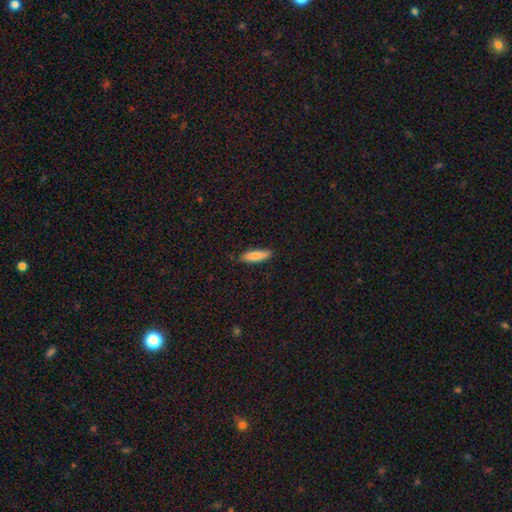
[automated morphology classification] A smooth galaxy with no disk features (79%) that is cigar-shaped (58%). Merging: none (85%).